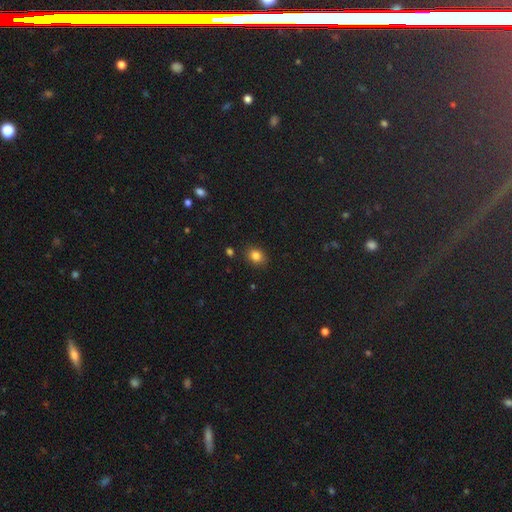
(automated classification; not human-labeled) This is clearly a smooth galaxy (83%). How rounded: possibly round (55%). Merging: clearly none (86%).